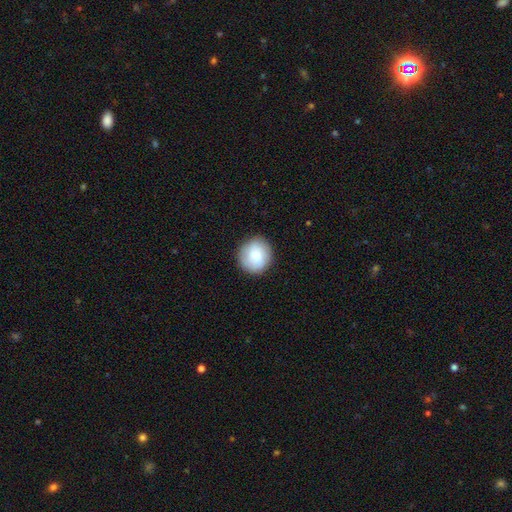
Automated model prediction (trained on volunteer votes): smooth 76%, featured or disk 18%, star or artifact 7%. Down the decision tree: how rounded — round (86%); merging — none (86%).